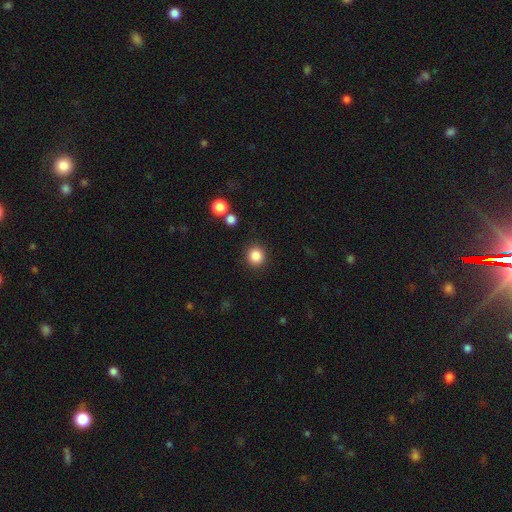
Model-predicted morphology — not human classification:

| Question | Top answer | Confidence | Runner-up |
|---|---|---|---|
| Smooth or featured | smooth | 86% | star or artifact (11%) |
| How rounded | round | 92% | in between (7%) |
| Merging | none | 90% | minor disturbance (6%) |